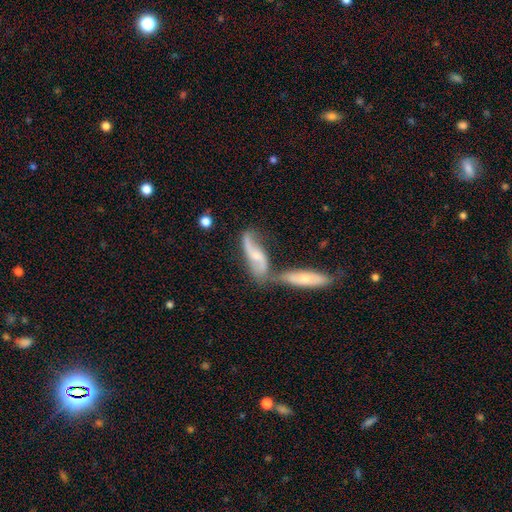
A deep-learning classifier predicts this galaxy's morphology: type=featured or disk (72%); edge-on=no (81%); bar=no (50%); spiral arms=yes (89%); winding=loose (78%); arm count=2 (88%); bulge=small (53%); merging=merger (47%).